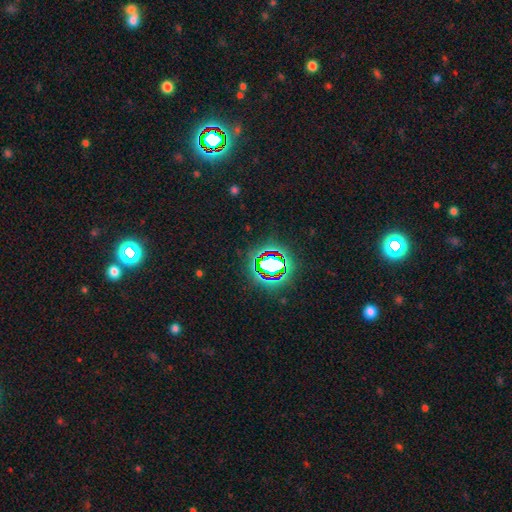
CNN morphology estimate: smooth-or-featured: star or artifact: 81% | smooth: 11% | featured or disk: 8%